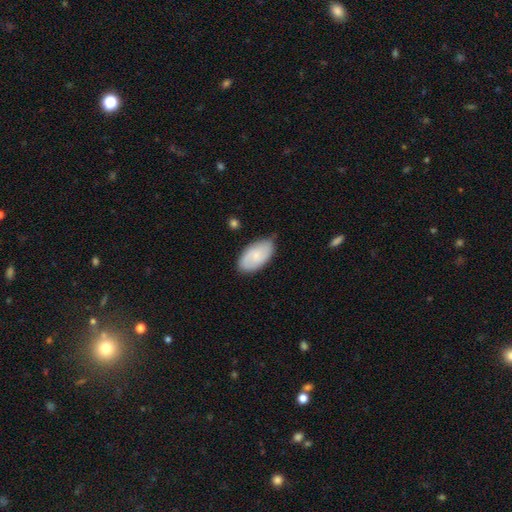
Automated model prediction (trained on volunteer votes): Smooth or featured? Predicted: smooth (p=0.66). How rounded? Predicted: in between (p=0.95). Merging? Predicted: none (p=0.72).